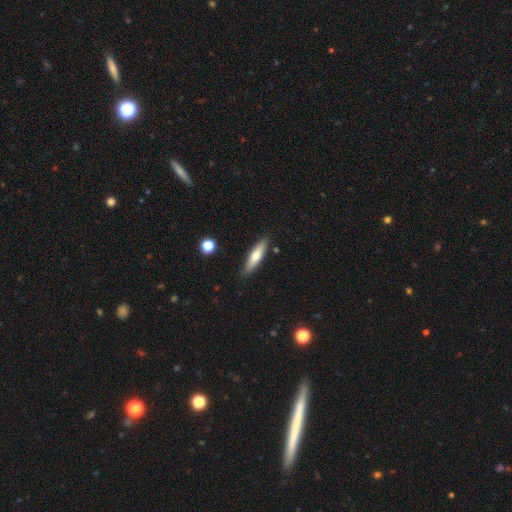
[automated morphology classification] A smooth galaxy with no disk features (58%) that is cigar-shaped (72%).

Vote fractions:
- Smooth or featured? smooth: 58% / featured or disk: 36% / star or artifact: 6%
- How rounded? cigar-shaped: 72% / in between: 26% / round: 2%
- Merging? none: 85% / minor disturbance: 11% / merger: 2% / major disturbance: 2%